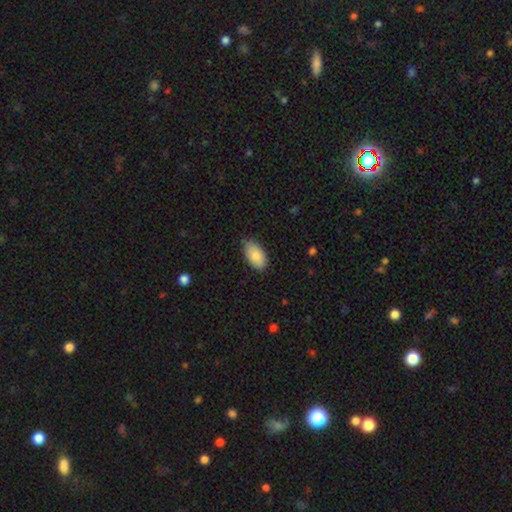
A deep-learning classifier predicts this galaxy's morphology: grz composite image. It shows a smooth galaxy with no disk features (85%) that is in between round and cigar-shaped (95%). Merging: none (76%).